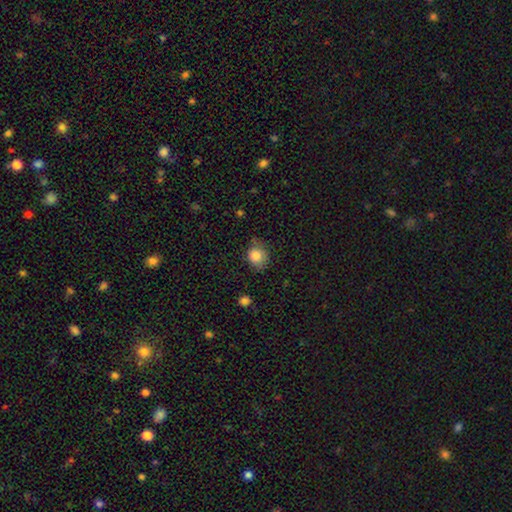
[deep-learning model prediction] Smooth or featured? smooth (84%)
How rounded? round (79%)
Merging? none (70%)